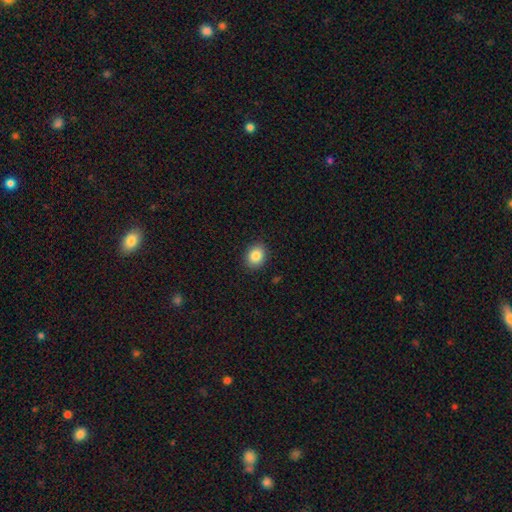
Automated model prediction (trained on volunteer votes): Q: Smooth or featured?
A: smooth (86%); runner-up: star or artifact (9%)
Q: How rounded?
A: in between (51%); runner-up: round (48%)
Q: Merging?
A: none (89%); runner-up: minor disturbance (8%)